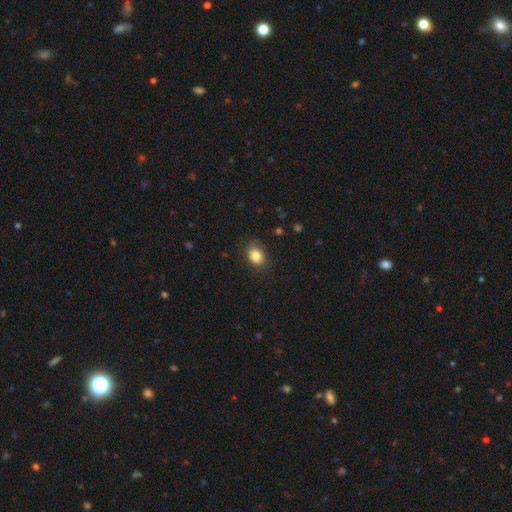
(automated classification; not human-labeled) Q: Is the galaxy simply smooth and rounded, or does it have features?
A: smooth — 84%.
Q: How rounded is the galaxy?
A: in between — 64%.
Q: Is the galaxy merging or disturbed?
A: none — 80%.